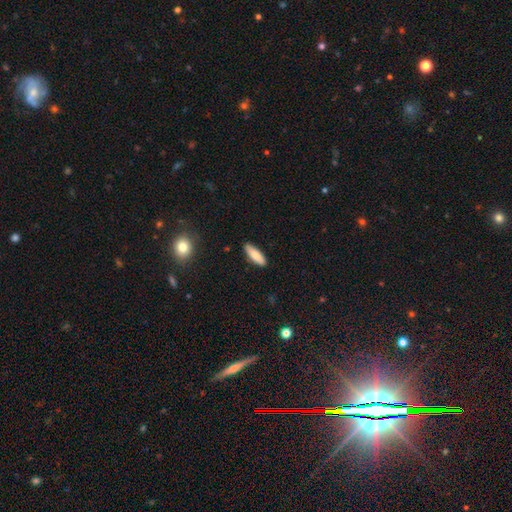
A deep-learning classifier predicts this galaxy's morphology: The model was most divided on "how rounded": in between: 51%, cigar-shaped: 47%, round: 2%. More confident: merging — none (86%); smooth or featured — smooth (83%).